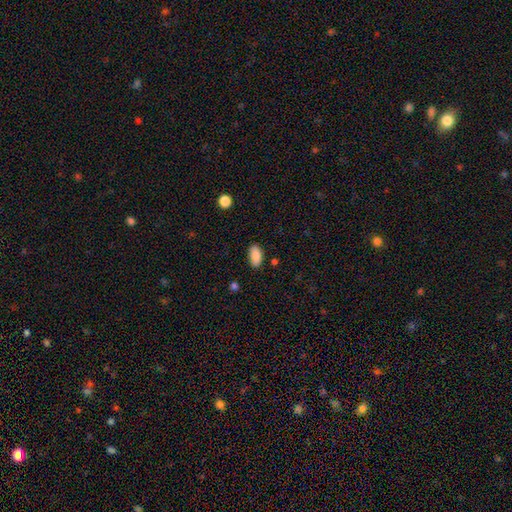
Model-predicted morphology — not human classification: smooth_or_featured: smooth (p=0.89) [alt: star or artifact p=0.07]
how_rounded: in between (p=0.93) [alt: cigar-shaped p=0.04]
merging: none (p=0.85) [alt: minor disturbance p=0.11]